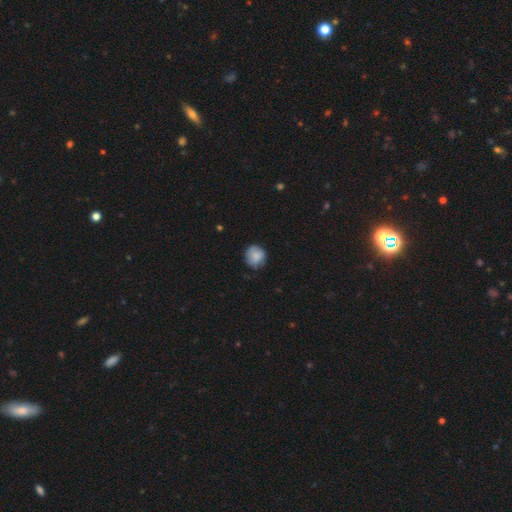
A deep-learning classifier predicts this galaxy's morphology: Smooth or featured: smooth — 84% (featured or disk — 9%)
How rounded: round — 84% (in between — 15%)
Merging: none — 70% (minor disturbance — 24%)